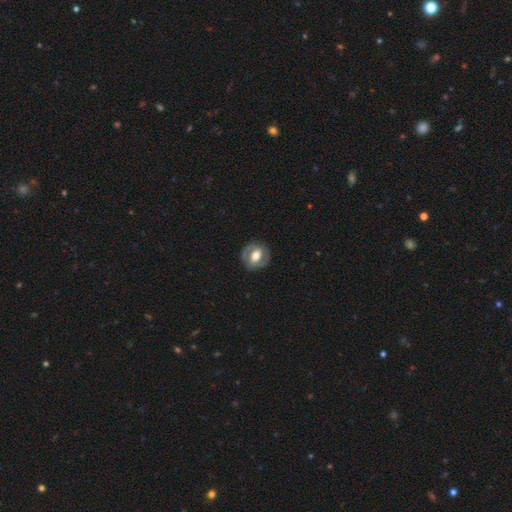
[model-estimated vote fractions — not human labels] Morphology: type=featured or disk (65%); edge-on=no (95%); bar=weak (38%); spiral arms=yes (63%); bulge=moderate (61%); merging=none (83%).